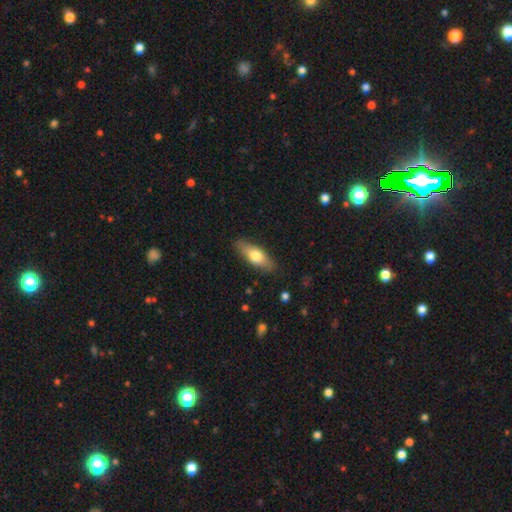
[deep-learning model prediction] Smooth or featured? smooth (67%)
How rounded? in between (63%)
Merging? none (84%)